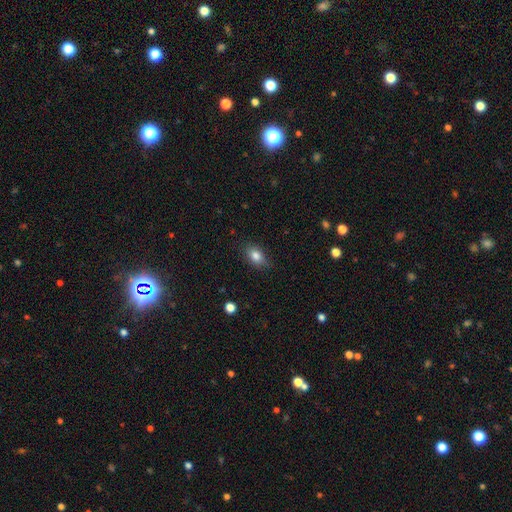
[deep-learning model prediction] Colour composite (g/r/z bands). It shows a smooth galaxy with no disk features (83%) that is in between round and cigar-shaped (81%). Merging: none (81%).